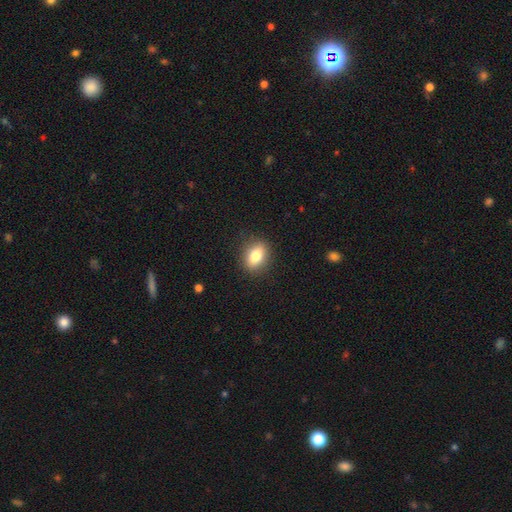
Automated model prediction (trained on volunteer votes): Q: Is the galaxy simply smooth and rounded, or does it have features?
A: smooth — 79%.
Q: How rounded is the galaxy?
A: in between — 71%.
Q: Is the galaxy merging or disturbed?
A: none — 87%.